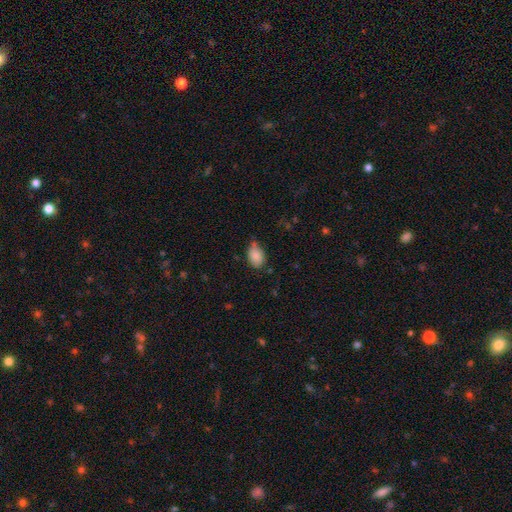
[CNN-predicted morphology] This appears to be a smooth galaxy with no disk features (85%) that is in between round and cigar-shaped (78%). Merging: none (58%).